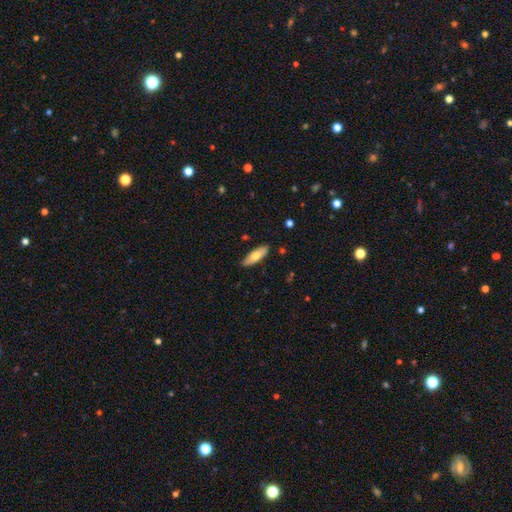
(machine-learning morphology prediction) Smooth or featured? Predicted: smooth (p=0.71). How rounded? Predicted: in between (p=0.57). Merging? Predicted: none (p=0.88).